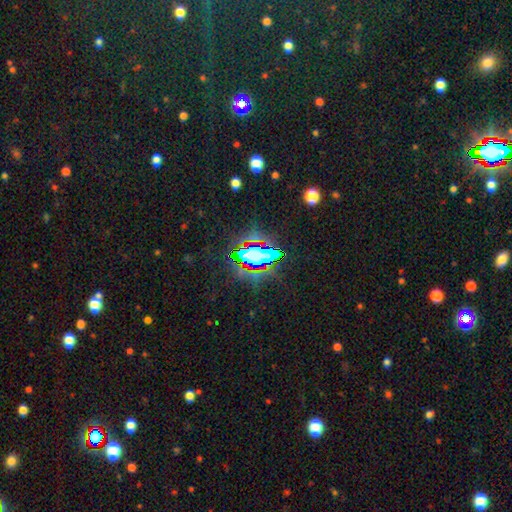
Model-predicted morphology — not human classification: A star or artifact, not a galaxy (57%).

Vote fractions:
- Smooth or featured? star or artifact: 57% / smooth: 27% / featured or disk: 16%